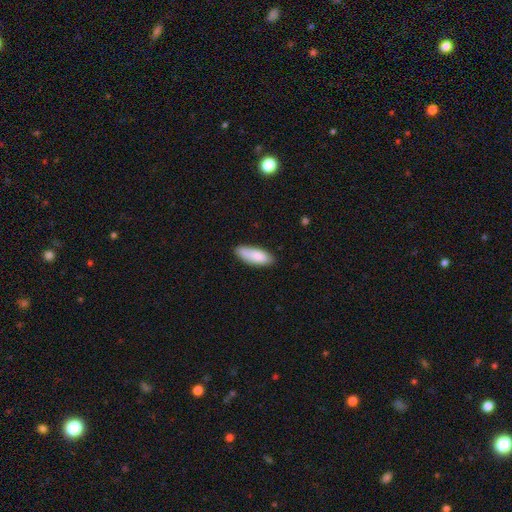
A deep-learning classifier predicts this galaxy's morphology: smooth 84%, featured or disk 10%, star or artifact 6%. Down the decision tree: how rounded — in between (74%); merging — none (74%).